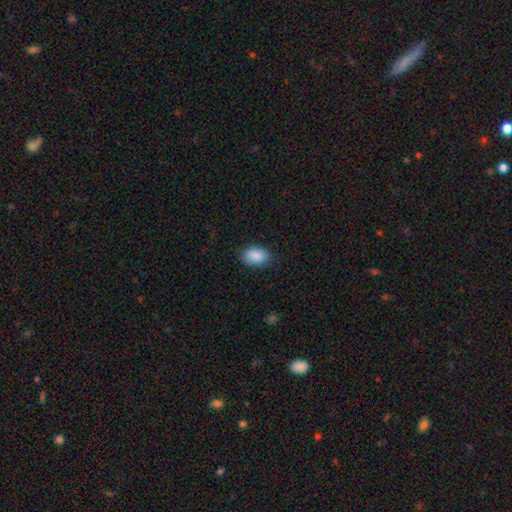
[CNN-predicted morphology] smooth 89%, star or artifact 7%, featured or disk 4%. Down the decision tree: how rounded — in between (88%); merging — none (85%).